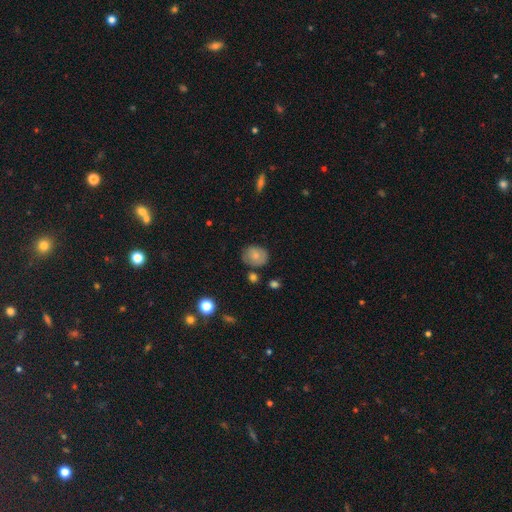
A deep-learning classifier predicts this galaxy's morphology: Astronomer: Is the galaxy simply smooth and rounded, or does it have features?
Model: smooth — 73%.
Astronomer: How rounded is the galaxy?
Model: round — 53% (runner-up: in between, 46%).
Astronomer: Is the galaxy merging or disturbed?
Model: none — 75%.